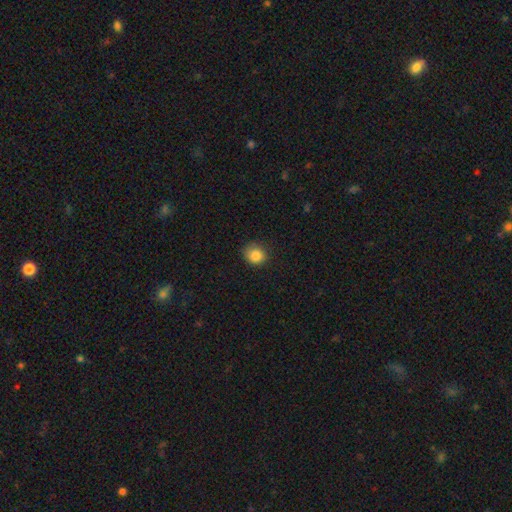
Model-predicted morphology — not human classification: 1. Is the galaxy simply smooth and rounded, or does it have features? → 85% smooth, 10% star or artifact, 5% featured or disk.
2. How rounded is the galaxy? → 77% round, 22% in between, 1% cigar-shaped.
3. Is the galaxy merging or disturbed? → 74% none, 20% minor disturbance, 4% major disturbance, 1% merger.